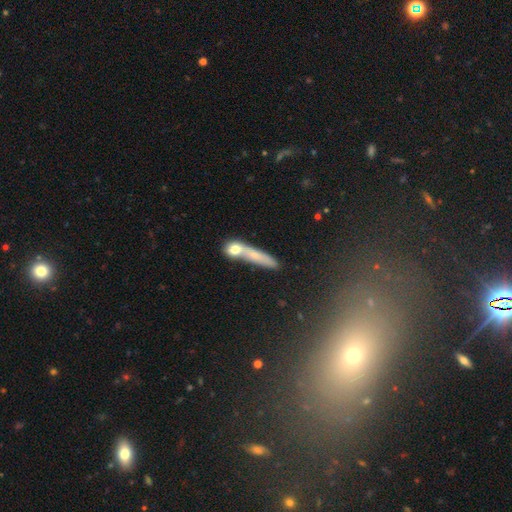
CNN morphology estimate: smooth_or_featured: smooth (p=0.65) [alt: featured or disk p=0.25]
how_rounded: cigar-shaped (p=0.73) [alt: in between p=0.17]
merging: none (p=0.40) [alt: merger p=0.39]